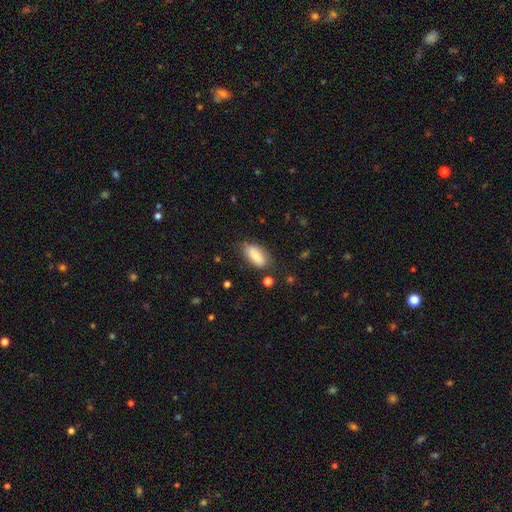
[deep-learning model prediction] This is likely a smooth galaxy (77%). How rounded: clearly in between (86%). Merging: likely none (75%).